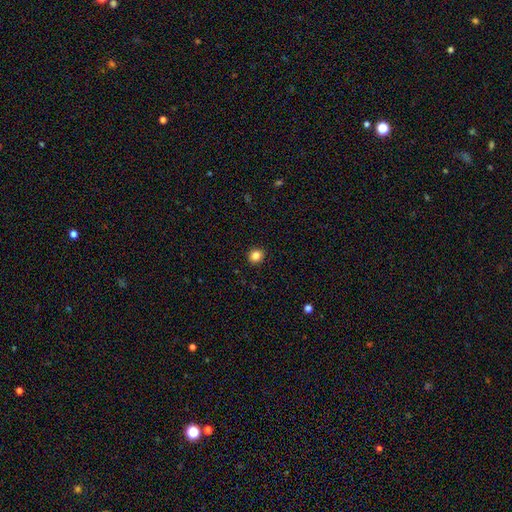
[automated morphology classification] type=smooth (84%); roundness=round (82%); merging=none (92%).